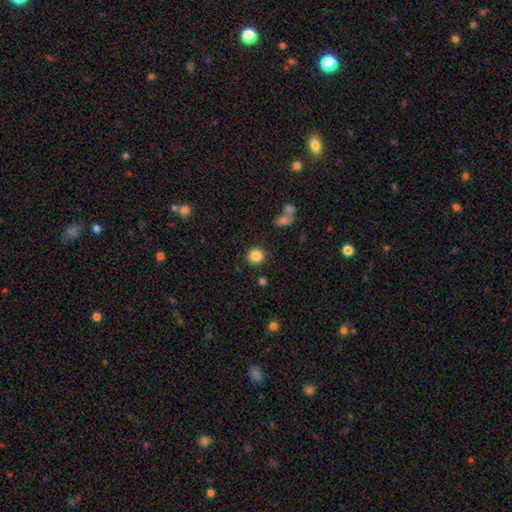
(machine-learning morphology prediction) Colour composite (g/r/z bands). It shows a smooth galaxy with no disk features (86%) that is round (87%). Merging: none (86%).